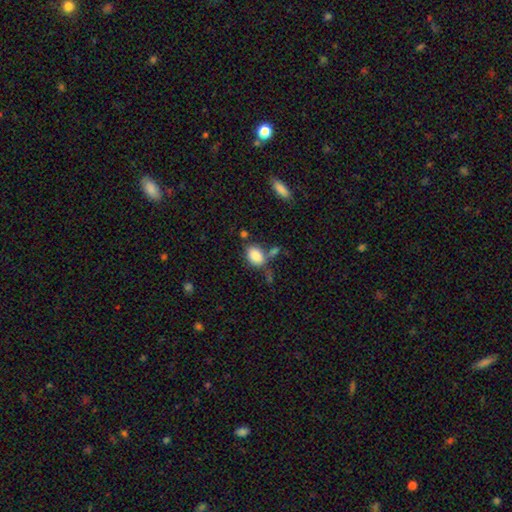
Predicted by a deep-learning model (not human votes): Smooth or featured?
  - smooth: 86% *
  - star or artifact: 8%
  - featured or disk: 6%
How rounded?
  - in between: 83% *
  - round: 16%
  - cigar-shaped: 1%
Merging?
  - none: 57% *
  - merger: 18%
  - minor disturbance: 17%
  - major disturbance: 7%